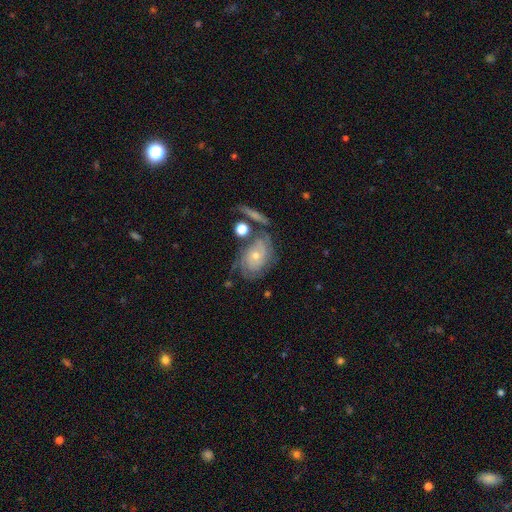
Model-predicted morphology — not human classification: Smooth or featured: featured or disk — 79% (smooth — 13%)
Edge-on disk: no — 95% (yes — 5%)
Bar: no — 78% (weak — 17%)
Spiral arms: yes — 94% (no — 6%)
Spiral winding: tight — 70% (medium — 23%)
Spiral arm count: can't tell — 34% (2 — 26%)
Bulge size: small — 62% (moderate — 34%)
Merging: none — 63% (minor disturbance — 18%)